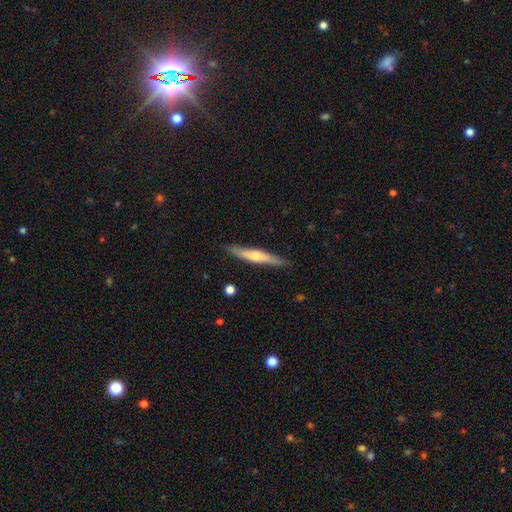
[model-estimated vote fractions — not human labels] This appears to be a featured or disk galaxy (51%) viewed edge-on (93%). Merging: none (88%).